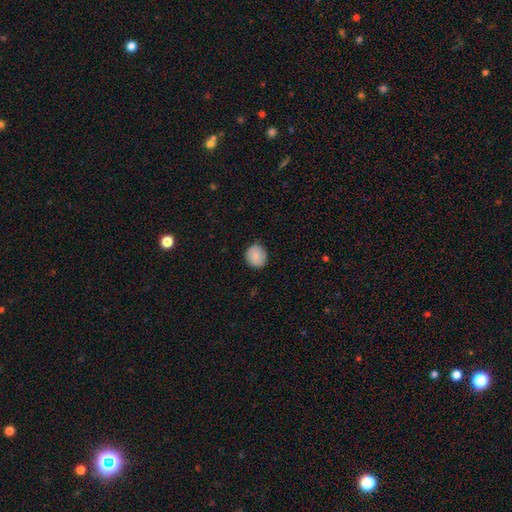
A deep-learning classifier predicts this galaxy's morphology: smooth-or-featured: smooth: 86% | star or artifact: 7% | featured or disk: 6%
  how-rounded: round: 89% | in between: 10% | cigar-shaped: 1%
  merging: none: 88% | minor disturbance: 9% | major disturbance: 2% | merger: 1%